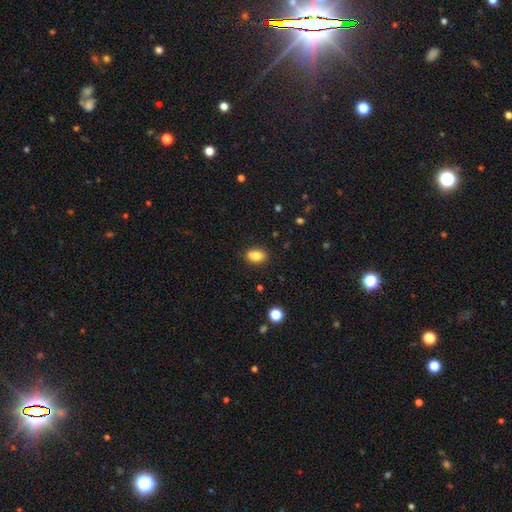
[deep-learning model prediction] Morphology: type=smooth (79%); roundness=in between (76%); merging=none (62%).